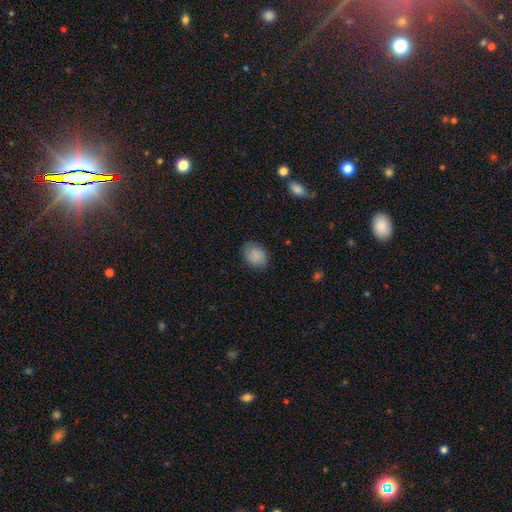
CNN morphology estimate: smooth-or-featured: smooth: 86% | star or artifact: 7% | featured or disk: 6%
  how-rounded: in between: 63% | round: 36% | cigar-shaped: 1%
  merging: none: 81% | minor disturbance: 14% | major disturbance: 3% | merger: 1%